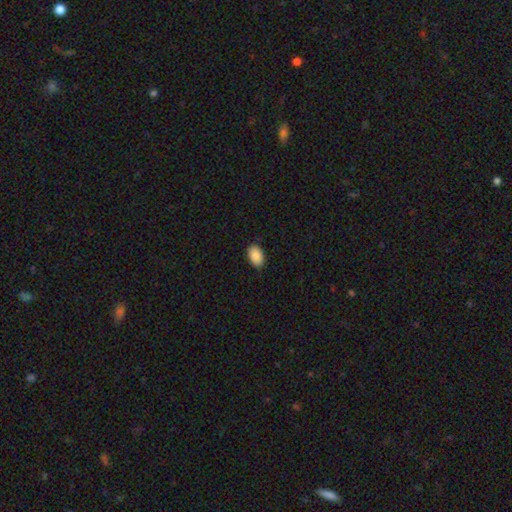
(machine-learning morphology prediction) This is clearly a smooth galaxy (89%). How rounded: clearly in between (91%). Merging: clearly none (88%).